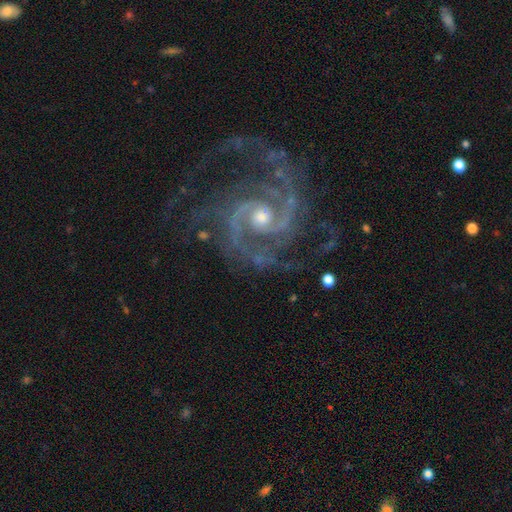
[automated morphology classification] This appears to be a featured or disk galaxy (93%) with no bar (53%), 2 (77%) medium (53%) spiral arms (99%) and a moderate central bulge (53%). Merging: none (68%).